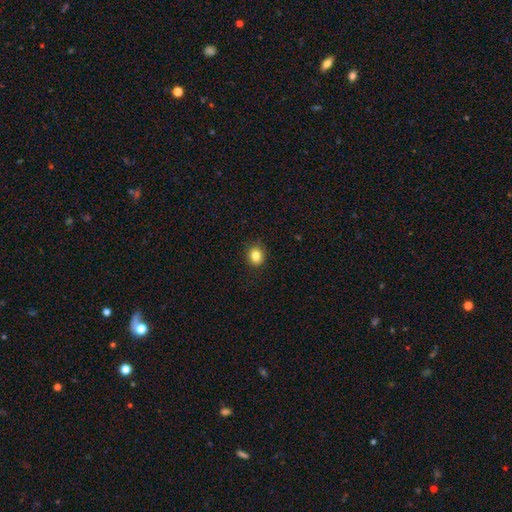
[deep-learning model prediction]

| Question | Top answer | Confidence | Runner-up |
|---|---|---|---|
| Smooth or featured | smooth | 83% | star or artifact (11%) |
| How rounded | round | 75% | in between (24%) |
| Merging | none | 88% | minor disturbance (9%) |